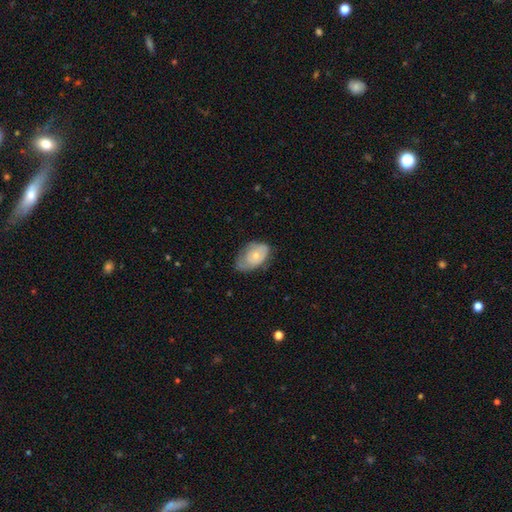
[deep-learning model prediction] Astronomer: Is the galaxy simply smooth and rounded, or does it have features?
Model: smooth — 56% (runner-up: featured or disk, 37%).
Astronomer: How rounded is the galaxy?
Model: in between — 88%.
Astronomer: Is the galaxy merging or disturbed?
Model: none — 43% (runner-up: minor disturbance, 39%).